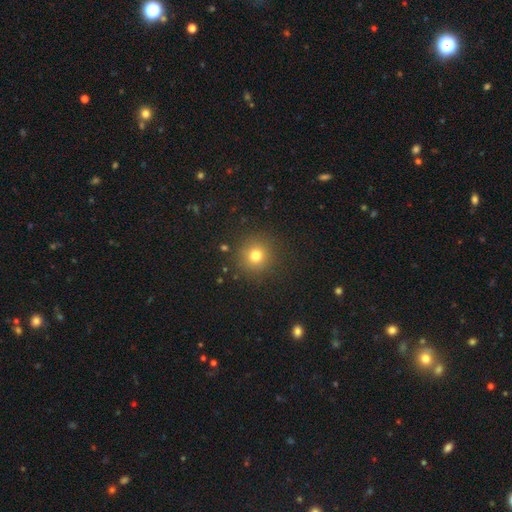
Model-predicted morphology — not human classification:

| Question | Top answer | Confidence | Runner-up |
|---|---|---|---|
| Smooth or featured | smooth | 77% | star or artifact (15%) |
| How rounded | round | 94% | in between (5%) |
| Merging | none | 89% | minor disturbance (7%) |